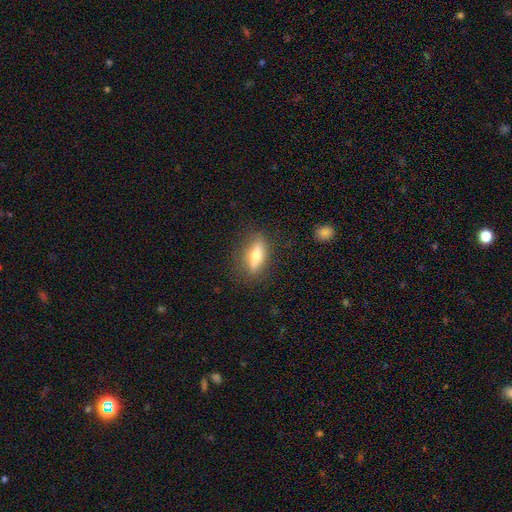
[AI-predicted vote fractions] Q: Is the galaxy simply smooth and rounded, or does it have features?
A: smooth — 53%.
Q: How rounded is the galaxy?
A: cigar-shaped — 48%.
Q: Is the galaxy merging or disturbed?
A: none — 82%.